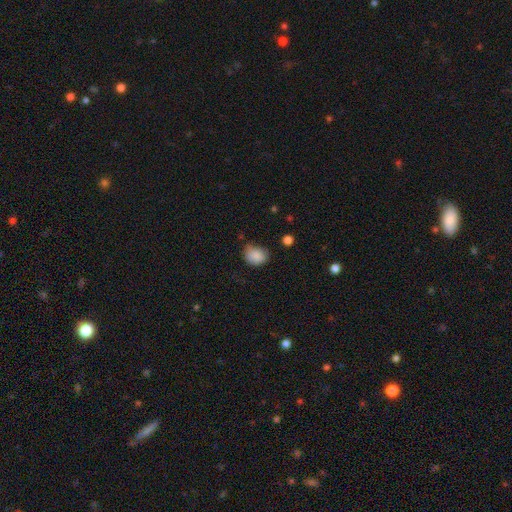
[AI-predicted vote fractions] A smooth galaxy with no disk features (86%) that is round (54%). Merging: none (60%).